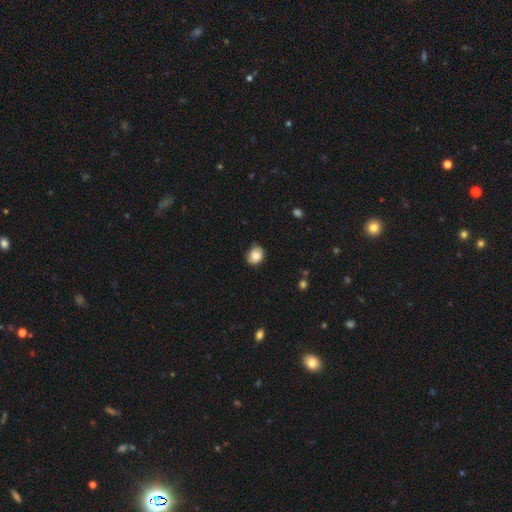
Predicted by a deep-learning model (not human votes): The model was most divided on "how rounded": round: 60%, in between: 39%, cigar-shaped: 1%. More confident: smooth or featured — smooth (84%); merging — none (71%).